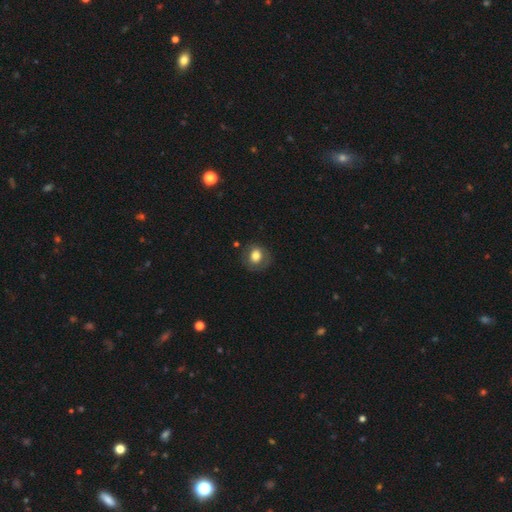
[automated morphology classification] smooth_or_featured: smooth (p=0.69) [alt: featured or disk p=0.22]
how_rounded: round (p=0.73) [alt: in between p=0.26]
merging: none (p=0.75) [alt: minor disturbance p=0.16]